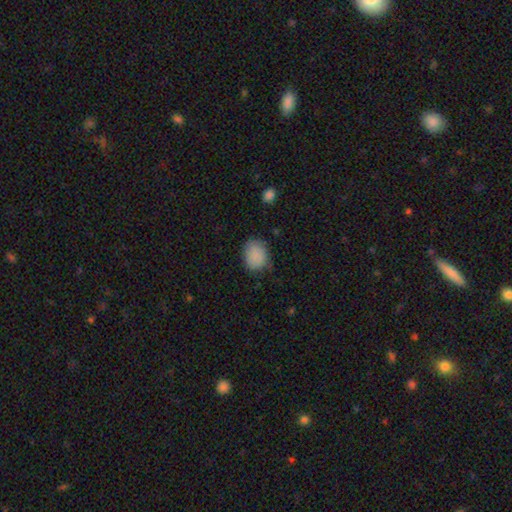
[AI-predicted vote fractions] Q: Smooth or featured?
A: smooth (87%); runner-up: star or artifact (8%)
Q: How rounded?
A: in between (55%); runner-up: round (44%)
Q: Merging?
A: none (73%); runner-up: minor disturbance (21%)